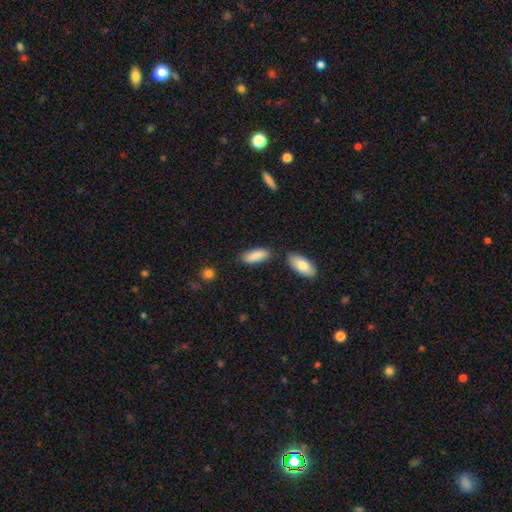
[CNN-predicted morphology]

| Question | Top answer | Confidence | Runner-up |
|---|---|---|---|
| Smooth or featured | smooth | 88% | featured or disk (6%) |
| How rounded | in between | 73% | cigar-shaped (25%) |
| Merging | none | 75% | minor disturbance (14%) |